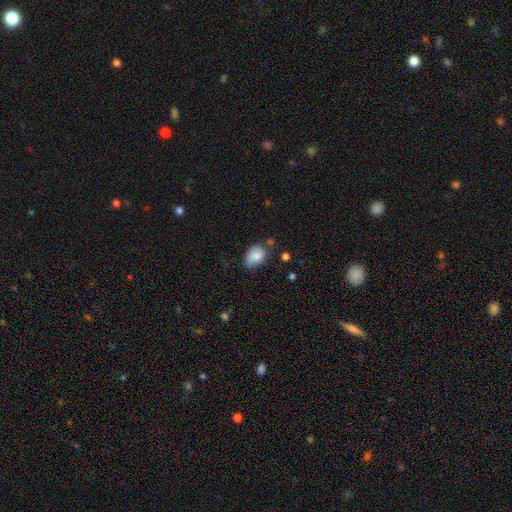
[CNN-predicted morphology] The model was most divided on "merging": none: 61%, minor disturbance: 28%, major disturbance: 6%, merger: 5%. More confident: smooth or featured — smooth (84%); how rounded — in between (82%).